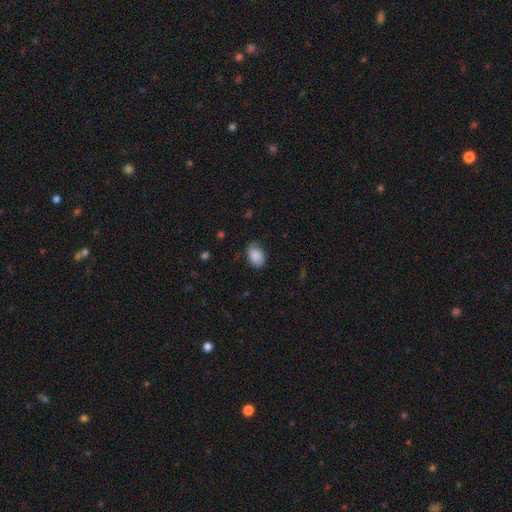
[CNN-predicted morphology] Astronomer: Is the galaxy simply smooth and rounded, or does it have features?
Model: smooth — 87%.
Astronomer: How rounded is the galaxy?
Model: in between — 81%.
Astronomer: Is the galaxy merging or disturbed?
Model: none — 70%.